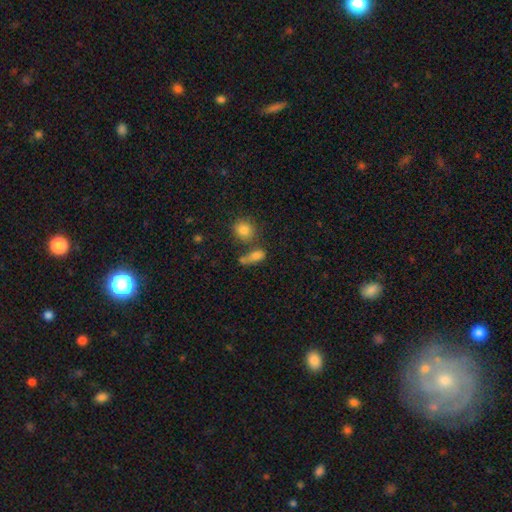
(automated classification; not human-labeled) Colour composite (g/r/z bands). It shows a smooth galaxy with no disk features (76%) that is in between round and cigar-shaped (65%). Merging: none (39%).